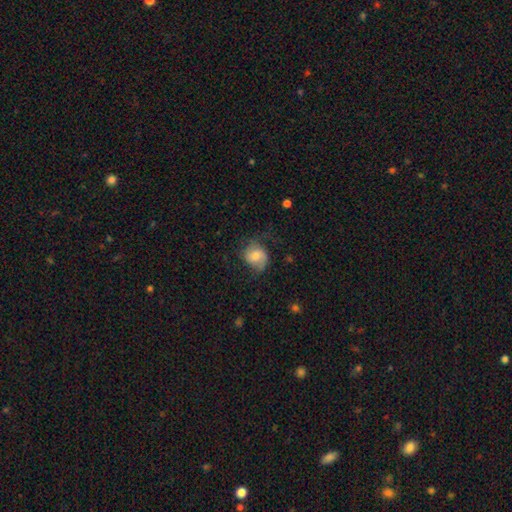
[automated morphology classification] smooth_or_featured: smooth (p=0.54) [alt: featured or disk p=0.38]
how_rounded: round (p=0.63) [alt: in between p=0.36]
merging: none (p=0.53) [alt: minor disturbance p=0.27]